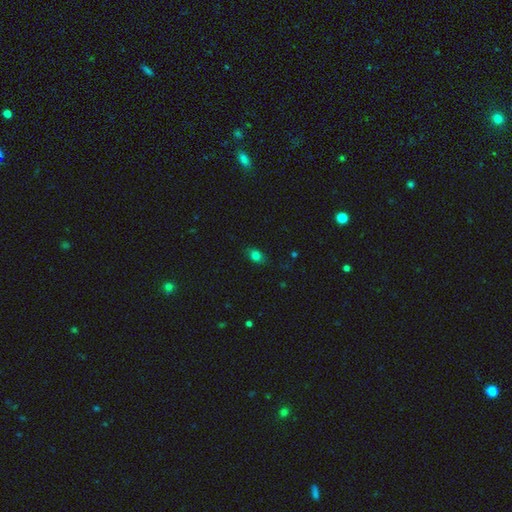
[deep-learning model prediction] A smooth galaxy with no disk features (78%) that is in between round and cigar-shaped (75%).

Vote fractions:
- Smooth or featured? smooth: 78% / star or artifact: 15% / featured or disk: 8%
- How rounded? in between: 75% / round: 22% / cigar-shaped: 3%
- Merging? none: 79% / minor disturbance: 16% / major disturbance: 4% / merger: 1%